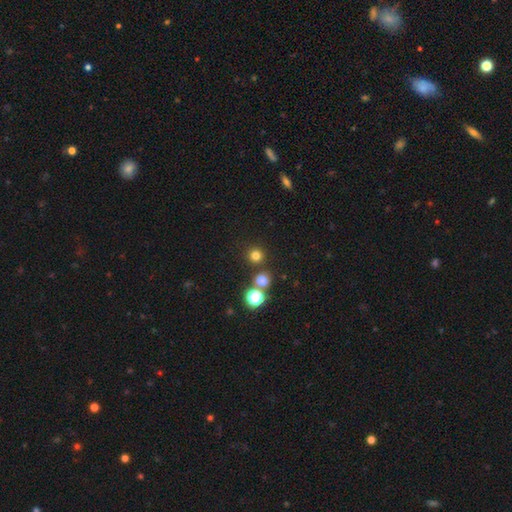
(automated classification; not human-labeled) This appears to be a smooth galaxy with no disk features (74%) that is round (94%). Merging: none (83%).